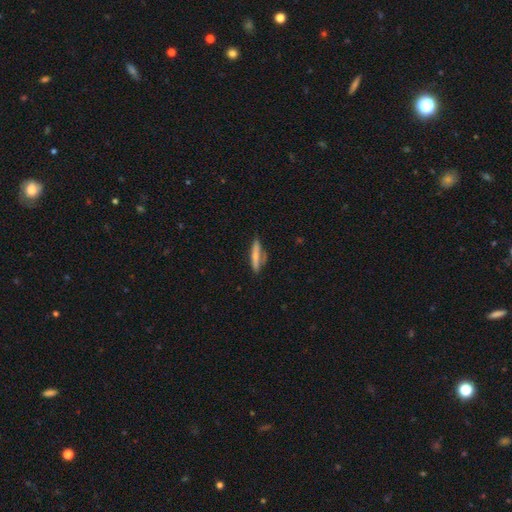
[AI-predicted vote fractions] smooth_or_featured: smooth (p=0.67) [alt: featured or disk p=0.26]
how_rounded: cigar-shaped (p=0.86) [alt: in between p=0.12]
merging: none (p=0.66) [alt: minor disturbance p=0.19]